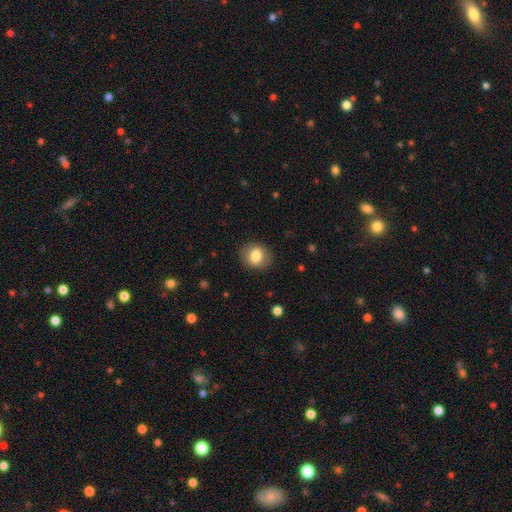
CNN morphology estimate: type=smooth (80%); roundness=round (66%); merging=none (87%).